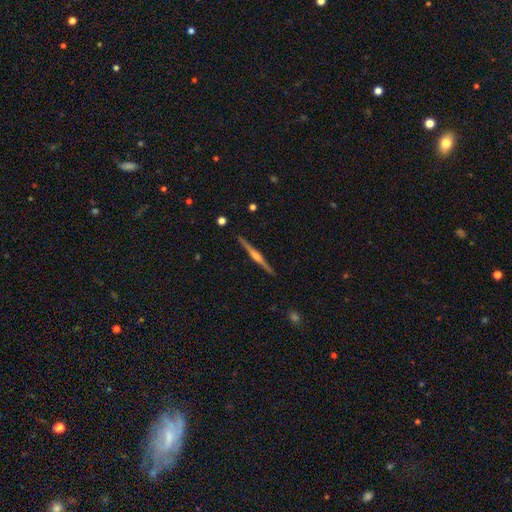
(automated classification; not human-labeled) This is clearly a featured or disk galaxy (84%). It is clearly viewed edge-on (99%). Edge-on bulge: clearly rounded (81%). Merging: clearly none (92%).